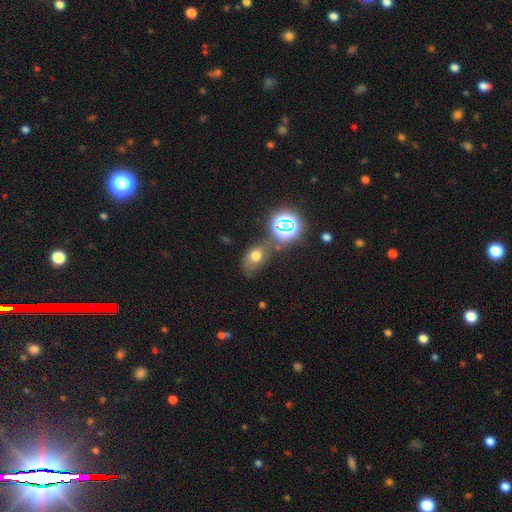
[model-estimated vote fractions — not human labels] A smooth galaxy with no disk features (58%) that is in between round and cigar-shaped (73%). Merging: none (51%).